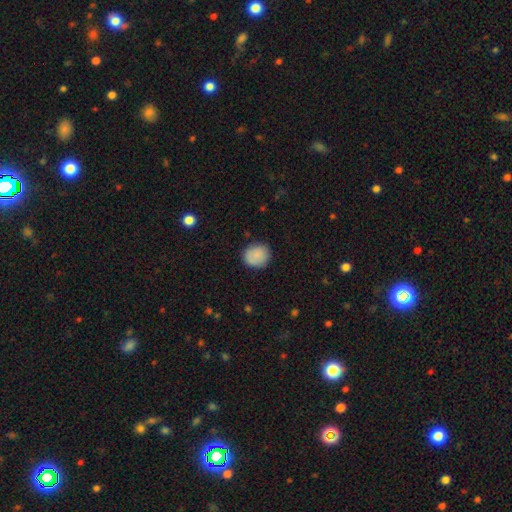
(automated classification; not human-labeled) smooth-or-featured: smooth: 86% | star or artifact: 7% | featured or disk: 6%
  how-rounded: round: 79% | in between: 20% | cigar-shaped: 1%
  merging: none: 84% | minor disturbance: 12% | major disturbance: 3% | merger: 1%